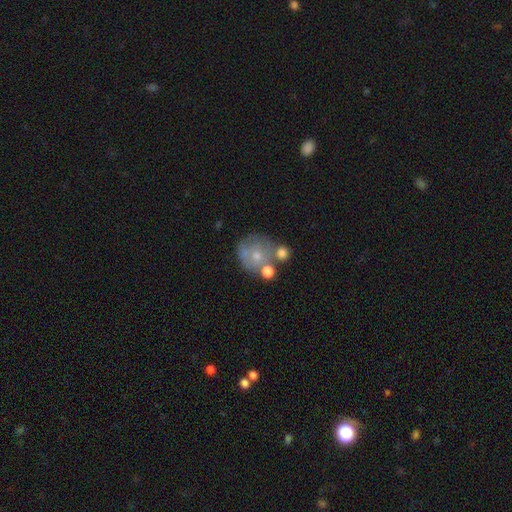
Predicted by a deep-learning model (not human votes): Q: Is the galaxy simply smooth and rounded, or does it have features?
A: smooth — 56%.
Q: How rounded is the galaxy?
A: round — 85%.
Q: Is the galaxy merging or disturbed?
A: none — 44%.